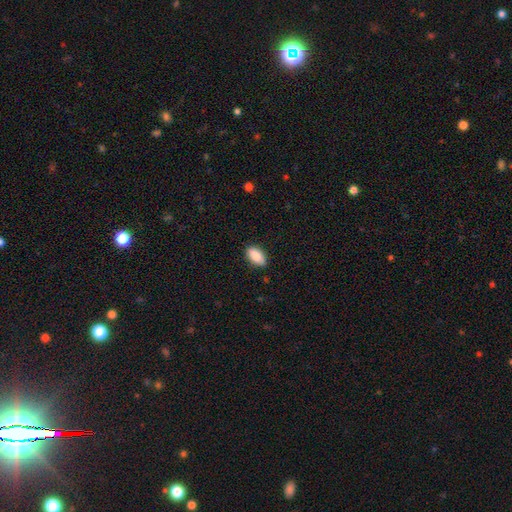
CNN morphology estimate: Smooth or featured?
  - smooth: 89% *
  - star or artifact: 7%
  - featured or disk: 5%
How rounded?
  - in between: 92% *
  - cigar-shaped: 4%
  - round: 3%
Merging?
  - none: 86% *
  - minor disturbance: 11%
  - major disturbance: 2%
  - merger: 1%